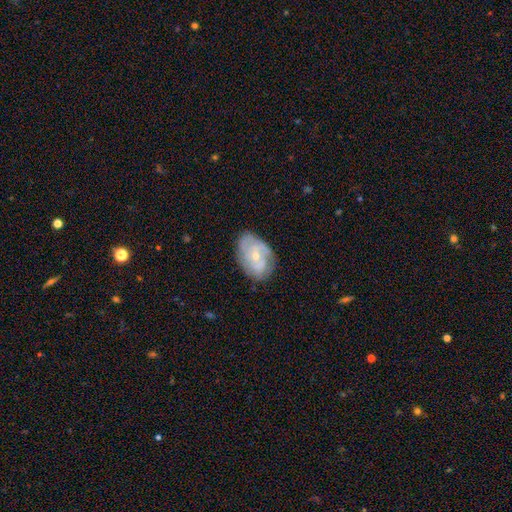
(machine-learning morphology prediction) Smooth or featured: featured or disk — 60% (smooth — 33%)
Edge-on disk: no — 95% (yes — 5%)
Bar: no — 73% (weak — 23%)
Spiral arms: yes — 67% (no — 33%)
Bulge size: small — 61% (moderate — 36%)
Merging: none — 67% (minor disturbance — 24%)